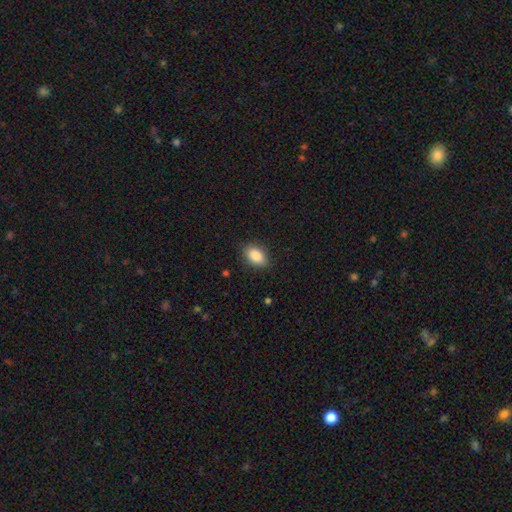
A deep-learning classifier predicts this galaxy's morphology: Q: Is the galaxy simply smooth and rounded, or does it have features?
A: smooth — 88%.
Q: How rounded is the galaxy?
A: in between — 89%.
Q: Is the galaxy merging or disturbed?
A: none — 85%.